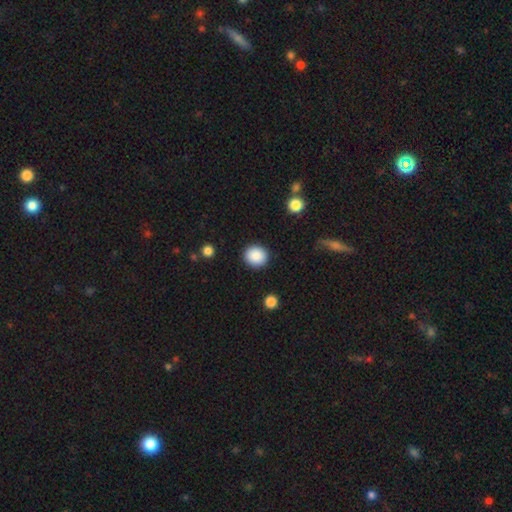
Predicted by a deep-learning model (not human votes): This appears to be a smooth galaxy with no disk features (88%) that is round (87%). Merging: none (91%).